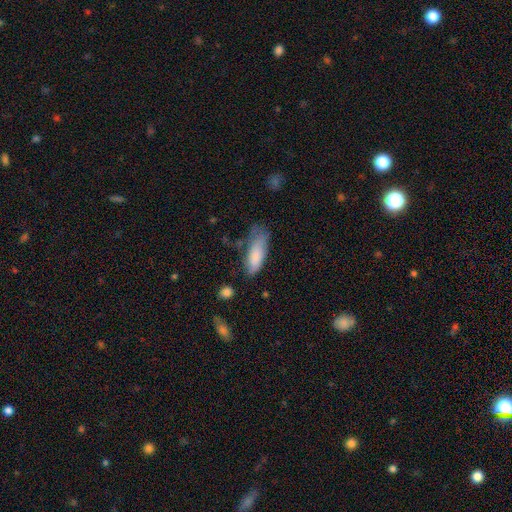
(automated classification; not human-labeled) A smooth galaxy with no disk features (81%) that is in between round and cigar-shaped (66%). Merging: none (45%).